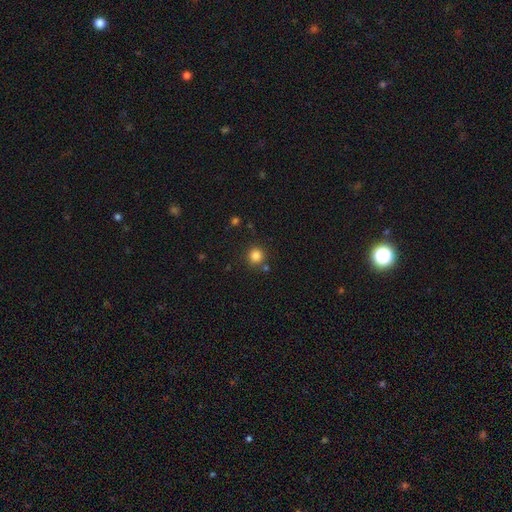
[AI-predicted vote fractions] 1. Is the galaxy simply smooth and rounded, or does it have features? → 83% smooth, 12% star or artifact, 5% featured or disk.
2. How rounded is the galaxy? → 93% round, 6% in between, 1% cigar-shaped.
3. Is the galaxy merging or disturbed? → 83% none, 8% minor disturbance, 6% merger, 3% major disturbance.